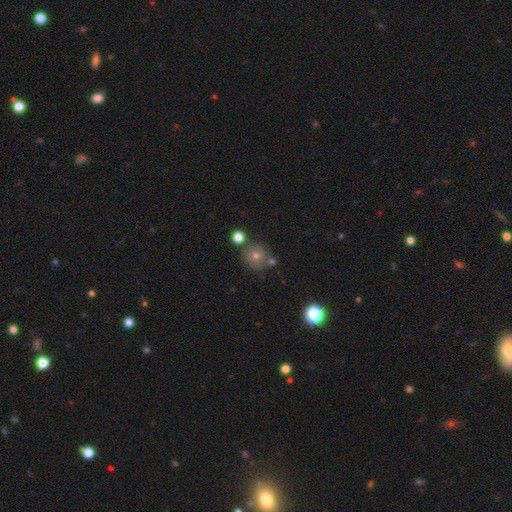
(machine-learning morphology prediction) Smooth or featured? Predicted: smooth (p=0.57). How rounded? Predicted: round (p=0.90). Merging? Predicted: none (p=0.73).